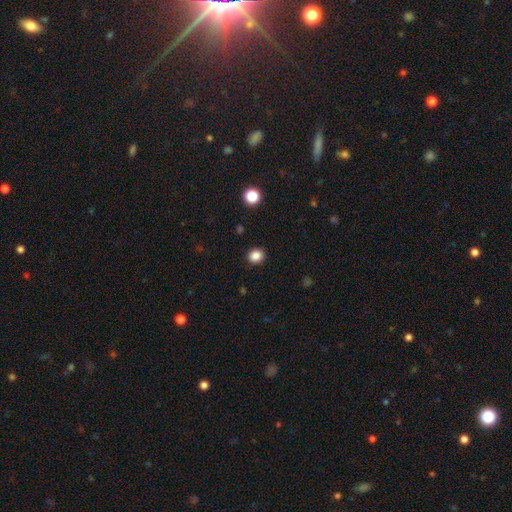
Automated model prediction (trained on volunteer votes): smooth_or_featured: smooth (p=0.86) [alt: star or artifact p=0.11]
how_rounded: round (p=0.78) [alt: in between p=0.21]
merging: none (p=0.91) [alt: minor disturbance p=0.06]